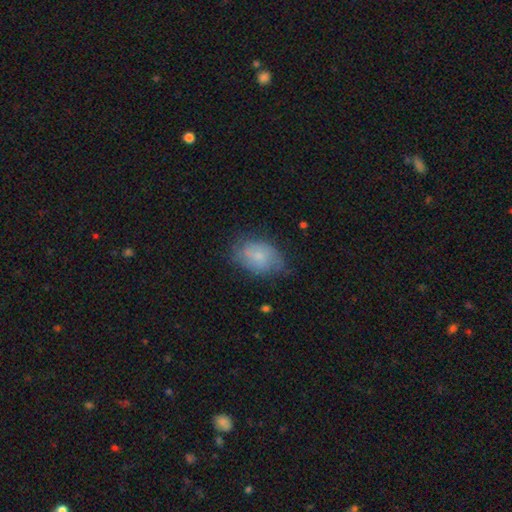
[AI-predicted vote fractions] smooth-or-featured: smooth: 57% | featured or disk: 34% | star or artifact: 9%
  how-rounded: in between: 79% | round: 20% | cigar-shaped: 1%
  merging: none: 67% | minor disturbance: 25% | major disturbance: 7% | merger: 1%